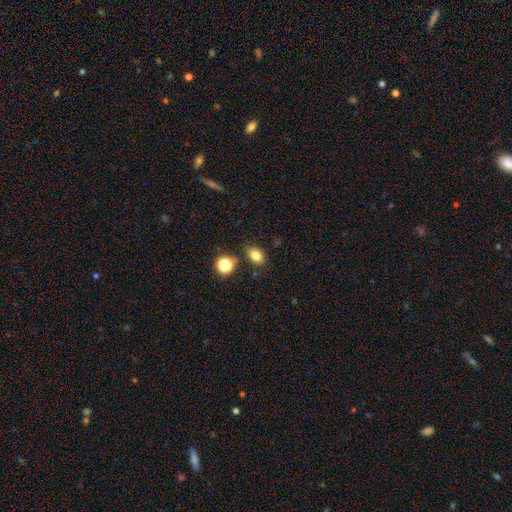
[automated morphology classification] Q: Smooth or featured?
A: smooth (80%); runner-up: star or artifact (13%)
Q: How rounded?
A: in between (75%); runner-up: round (24%)
Q: Merging?
A: none (80%); runner-up: minor disturbance (11%)